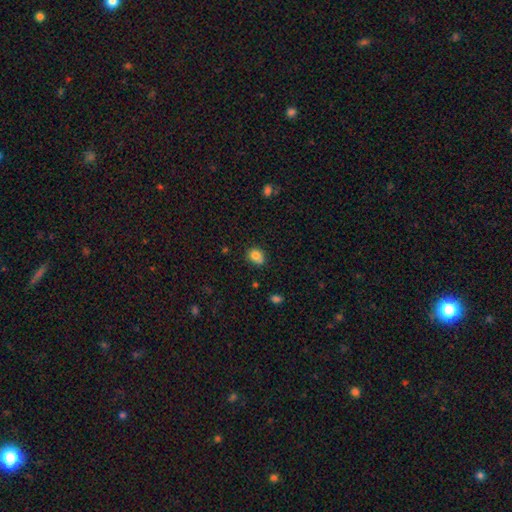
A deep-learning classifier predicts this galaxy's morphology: smooth 82%, star or artifact 10%, featured or disk 8%. Down the decision tree: how rounded — round (63%); merging — none (65%).